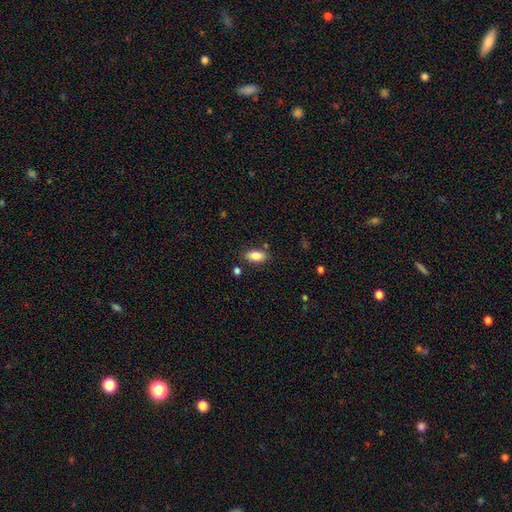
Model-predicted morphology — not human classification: This is clearly a smooth galaxy (86%). How rounded: clearly in between (90%). Merging: clearly none (80%).